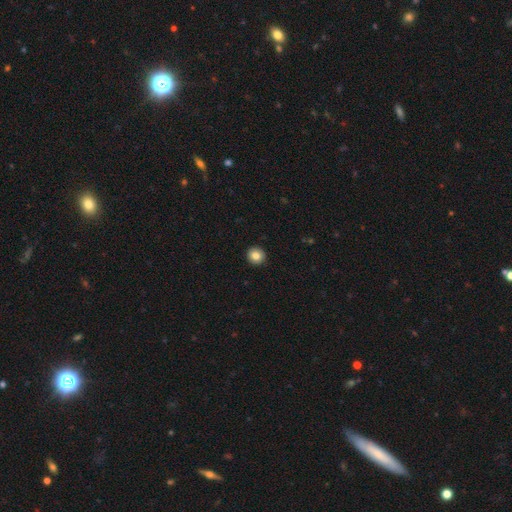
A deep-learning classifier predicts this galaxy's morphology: Smooth or featured? smooth (83%)
How rounded? round (92%)
Merging? none (93%)